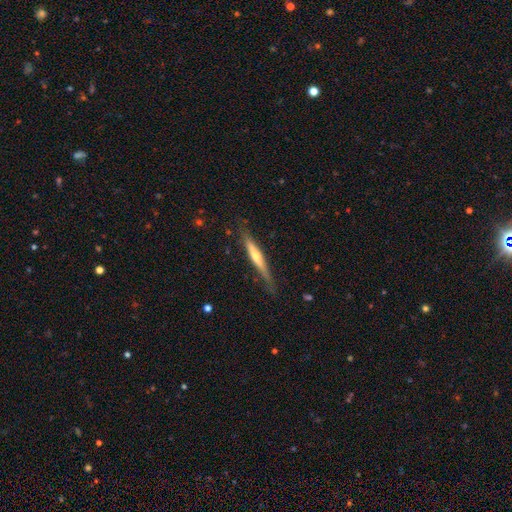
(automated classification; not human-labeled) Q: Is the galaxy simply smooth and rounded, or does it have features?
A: featured or disk — 61%.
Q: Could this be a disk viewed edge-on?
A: yes — 95%.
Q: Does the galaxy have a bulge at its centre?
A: rounded — 75%.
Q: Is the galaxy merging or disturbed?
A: none — 77%.